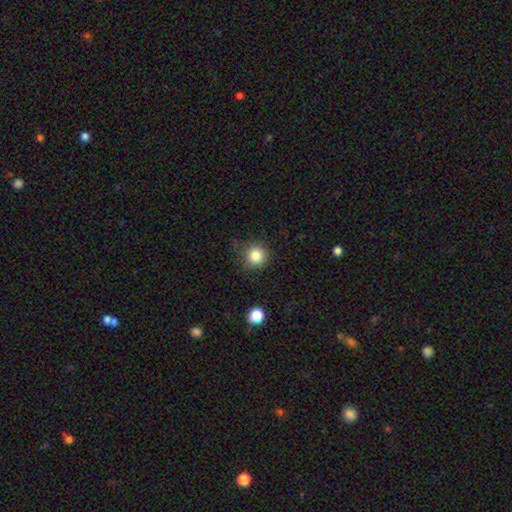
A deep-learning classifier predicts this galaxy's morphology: The model was most divided on "merging": none: 83%, minor disturbance: 11%, major disturbance: 4%, merger: 2%. More confident: how rounded — round (94%); smooth or featured — smooth (84%).